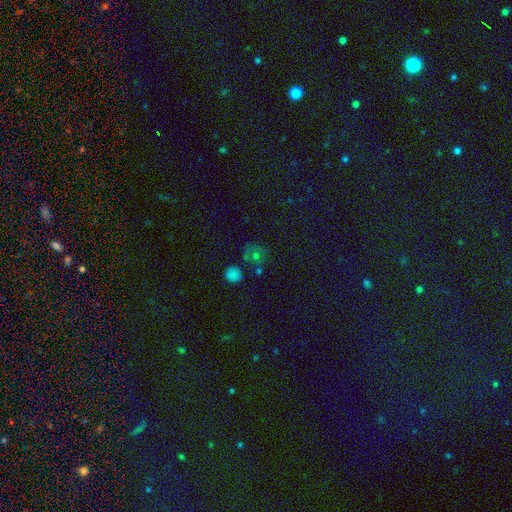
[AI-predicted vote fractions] Smooth or featured? Predicted: smooth (p=0.51). How rounded? Predicted: round (p=0.78). Merging? Predicted: none (p=0.57).